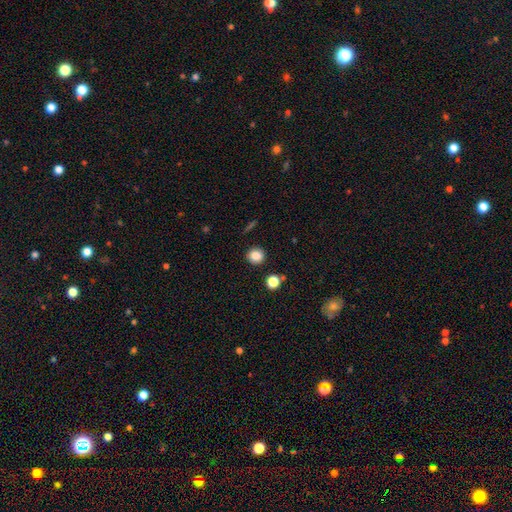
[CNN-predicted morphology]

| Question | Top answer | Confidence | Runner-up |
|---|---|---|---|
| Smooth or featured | smooth | 84% | star or artifact (11%) |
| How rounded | round | 91% | in between (8%) |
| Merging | none | 90% | minor disturbance (6%) |